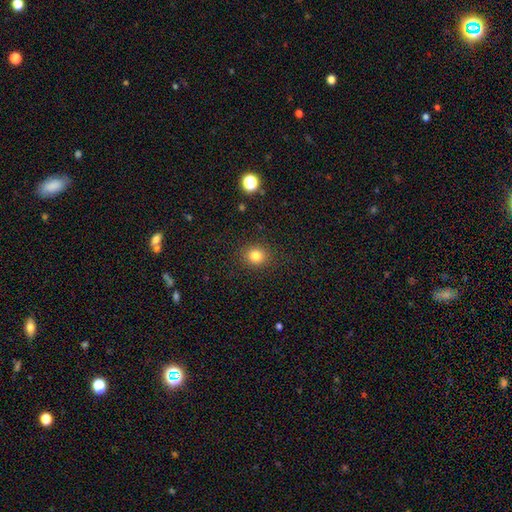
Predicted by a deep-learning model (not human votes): smooth-or-featured: smooth: 82% | star or artifact: 12% | featured or disk: 5%
  how-rounded: round: 80% | in between: 20% | cigar-shaped: 1%
  merging: none: 89% | minor disturbance: 7% | major disturbance: 3% | merger: 1%